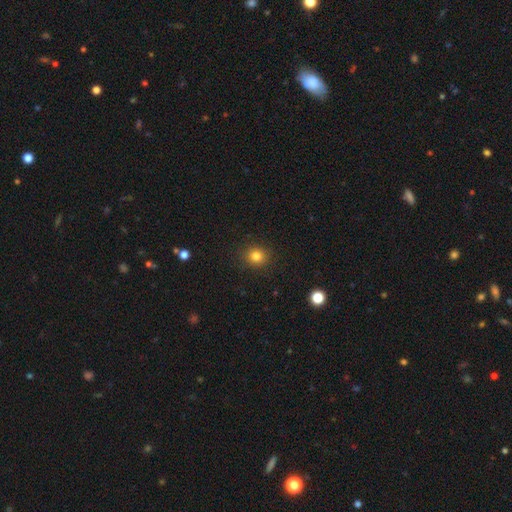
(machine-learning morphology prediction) This is clearly a smooth galaxy (82%). How rounded: clearly round (83%). Merging: clearly none (90%).